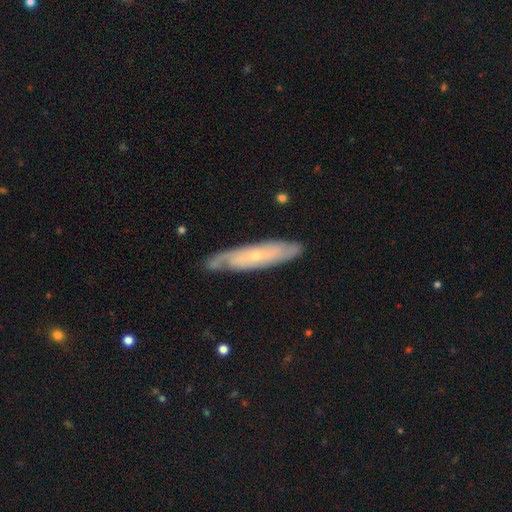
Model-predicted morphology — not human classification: Smooth or featured?
  - featured or disk: 64% *
  - smooth: 30%
  - star or artifact: 6%
Edge-on disk?
  - no: 62% *
  - yes: 38%
Merging?
  - none: 75% *
  - minor disturbance: 19%
  - major disturbance: 4%
  - merger: 2%